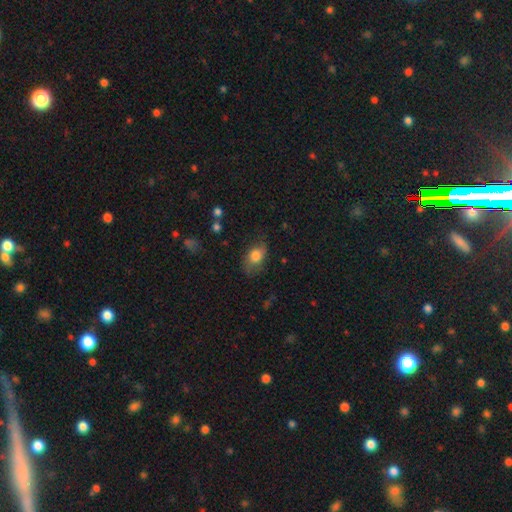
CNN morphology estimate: smooth 73%, featured or disk 19%, star or artifact 8%. Down the decision tree: how rounded — in between (79%); merging — none (61%).